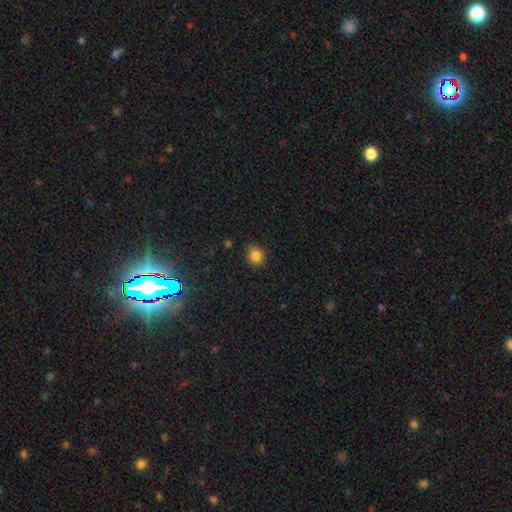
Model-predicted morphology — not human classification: smooth_or_featured: smooth (p=0.83) [alt: star or artifact p=0.12]
how_rounded: round (p=0.64) [alt: in between p=0.35]
merging: none (p=0.78) [alt: minor disturbance p=0.18]